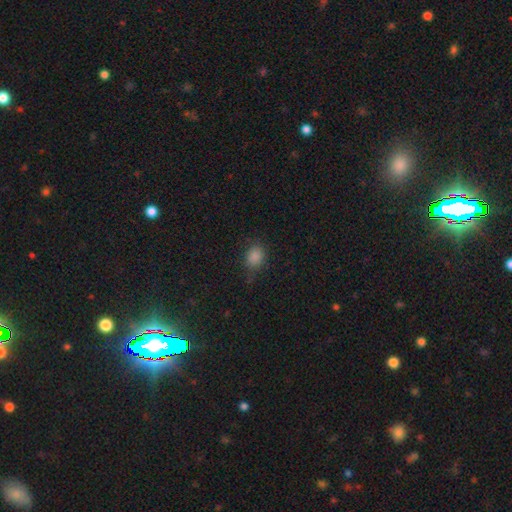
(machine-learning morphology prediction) This is clearly a smooth galaxy (80%). How rounded: possibly in between (52%). Merging: likely none (71%).